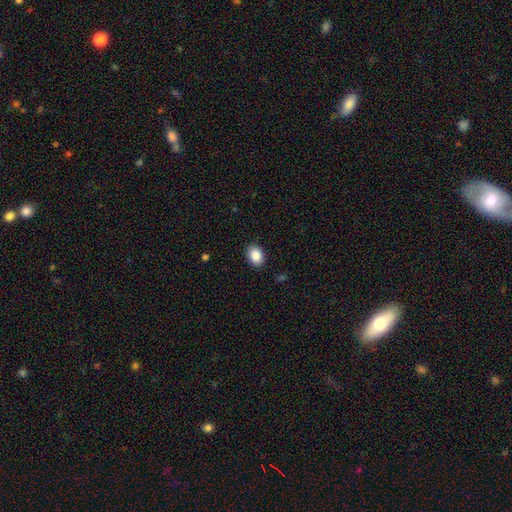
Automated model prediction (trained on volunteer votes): smooth 88%, star or artifact 8%, featured or disk 4%. Down the decision tree: how rounded — in between (74%); merging — none (88%).